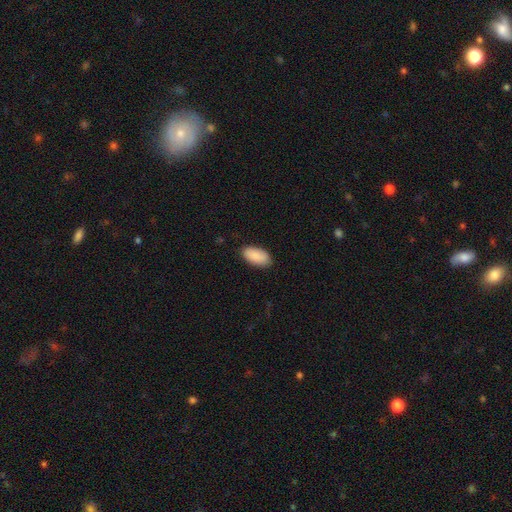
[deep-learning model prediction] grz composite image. It shows a smooth galaxy with no disk features (90%) that is in between round and cigar-shaped (95%). Merging: none (87%).